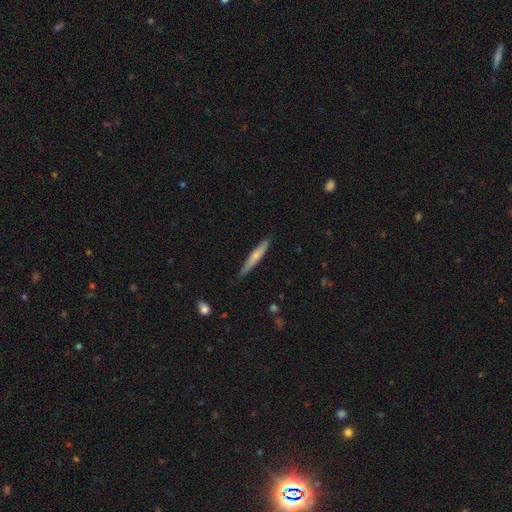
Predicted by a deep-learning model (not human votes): The model was most divided on "smooth or featured": smooth: 60%, featured or disk: 34%, star or artifact: 6%. More confident: how rounded — cigar-shaped (94%); merging — none (80%).